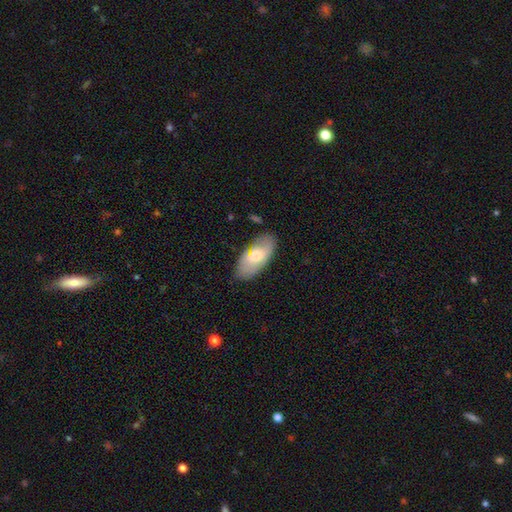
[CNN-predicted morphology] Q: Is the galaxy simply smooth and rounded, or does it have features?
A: smooth — 64%.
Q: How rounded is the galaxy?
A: in between — 92%.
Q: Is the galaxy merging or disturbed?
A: none — 77%.